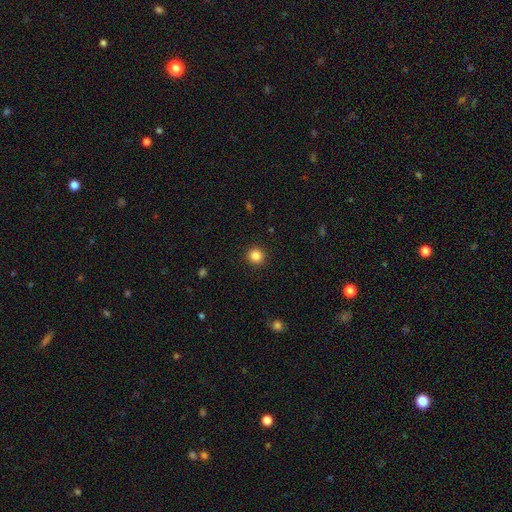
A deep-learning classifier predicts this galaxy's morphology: smooth-or-featured: smooth: 85% | star or artifact: 11% | featured or disk: 4%
  how-rounded: round: 95% | in between: 5% | cigar-shaped: 1%
  merging: none: 93% | minor disturbance: 5% | major disturbance: 2% | merger: 1%